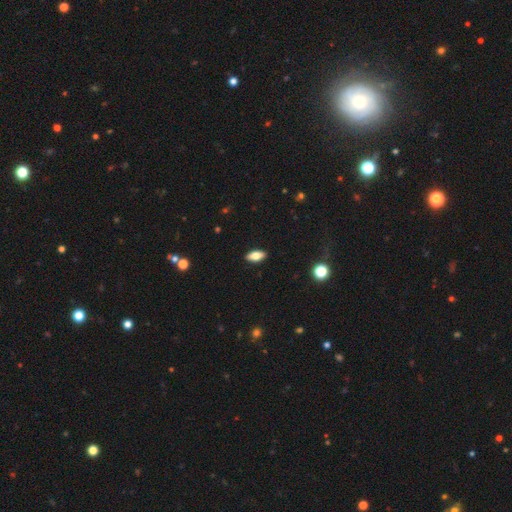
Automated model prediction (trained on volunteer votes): Smooth or featured? Predicted: smooth (p=0.74). How rounded? Predicted: in between (p=0.86). Merging? Predicted: none (p=0.90).